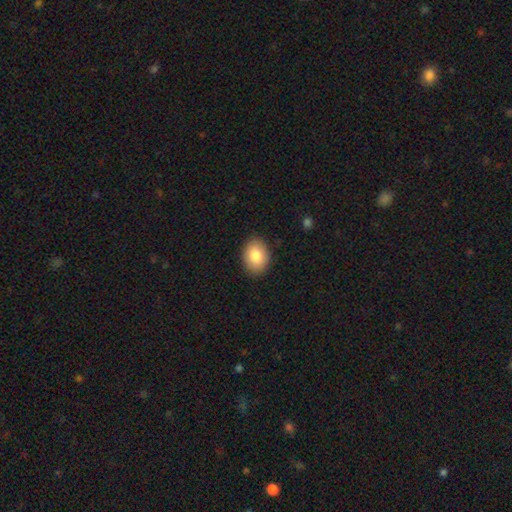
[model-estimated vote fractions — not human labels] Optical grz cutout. It shows a smooth galaxy with no disk features (83%) that is in between round and cigar-shaped (70%). Merging: none (88%).